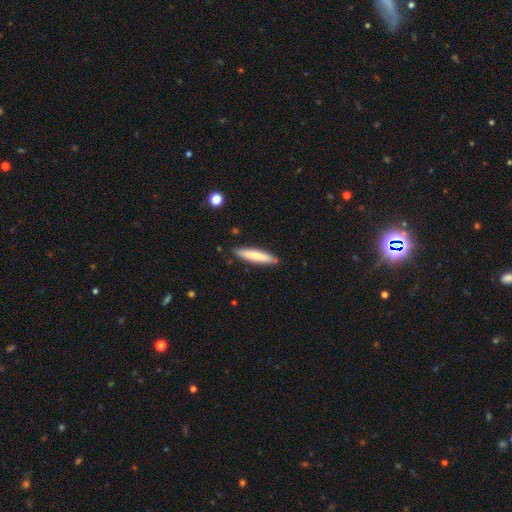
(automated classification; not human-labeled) smooth_or_featured: smooth (p=0.77) [alt: featured or disk p=0.18]
how_rounded: cigar-shaped (p=0.84) [alt: in between p=0.15]
merging: none (p=0.85) [alt: minor disturbance p=0.11]